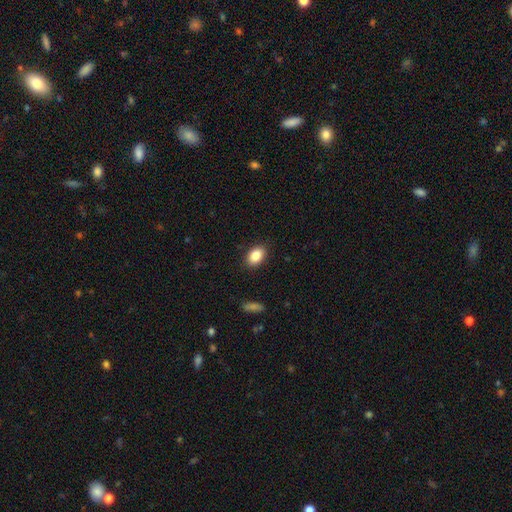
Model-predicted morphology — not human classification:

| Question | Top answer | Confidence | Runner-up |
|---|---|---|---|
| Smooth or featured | smooth | 87% | star or artifact (8%) |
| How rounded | in between | 84% | round (14%) |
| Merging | none | 88% | minor disturbance (9%) |